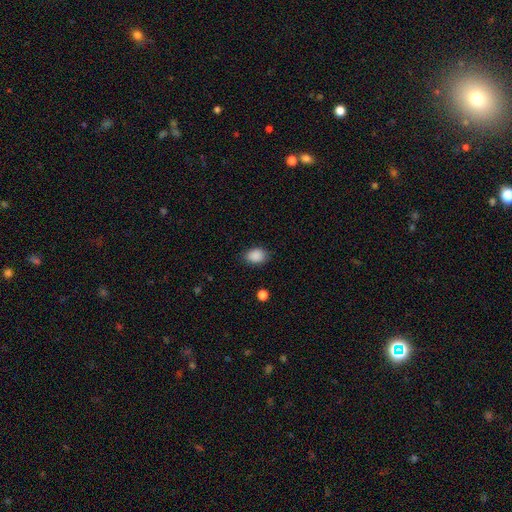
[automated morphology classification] Smooth or featured? smooth (89%)
How rounded? in between (70%)
Merging? none (84%)